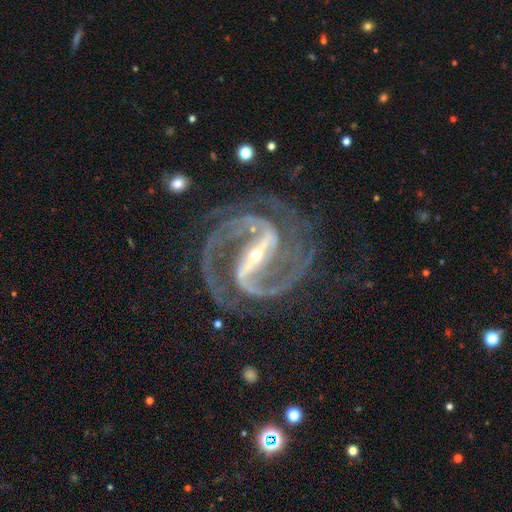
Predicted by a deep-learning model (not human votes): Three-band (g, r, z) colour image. It shows a featured or disk galaxy (94%) with a strong bar (83%), 2 (78%) medium (57%) spiral arms (99%) and a small central bulge (79%). Merging: none (77%).